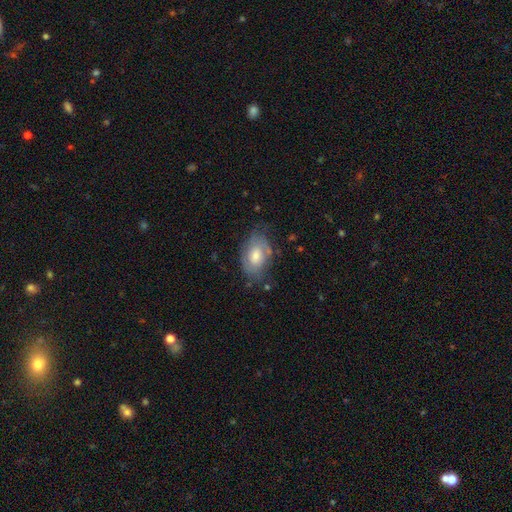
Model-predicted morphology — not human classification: Smooth or featured? featured or disk (54%)
Edge-on disk? no (94%)
Bar? no (73%)
Spiral arms? yes (72%)
Bulge size? moderate (61%)
Merging? none (62%)